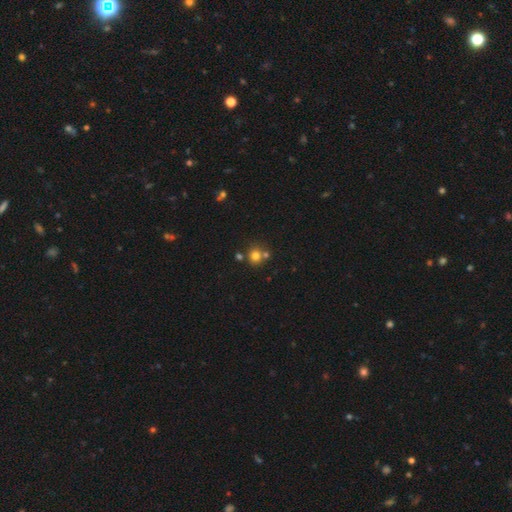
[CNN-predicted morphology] A smooth galaxy with no disk features (75%) that is round (87%). Merging: none (63%).